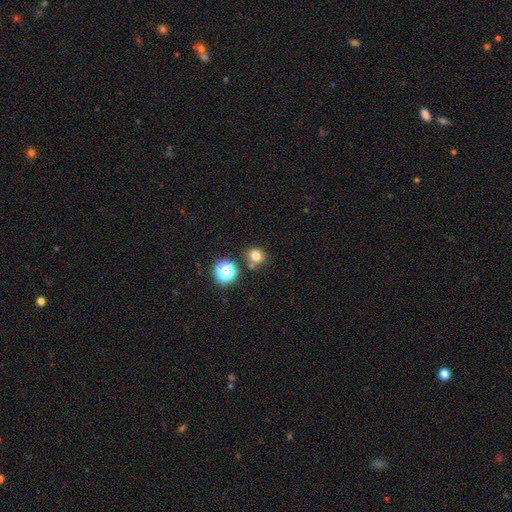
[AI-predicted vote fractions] Smooth or featured?
  - smooth: 76% *
  - star or artifact: 18%
  - featured or disk: 7%
How rounded?
  - round: 74% *
  - in between: 25%
  - cigar-shaped: 1%
Merging?
  - none: 72% *
  - merger: 14%
  - minor disturbance: 10%
  - major disturbance: 3%